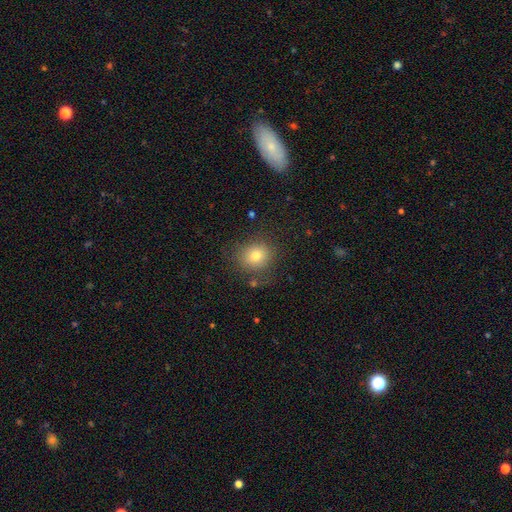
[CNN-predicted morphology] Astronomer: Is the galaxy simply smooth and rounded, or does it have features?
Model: smooth — 77%.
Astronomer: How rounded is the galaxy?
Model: round — 72%.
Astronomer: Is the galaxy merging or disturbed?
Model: none — 80%.